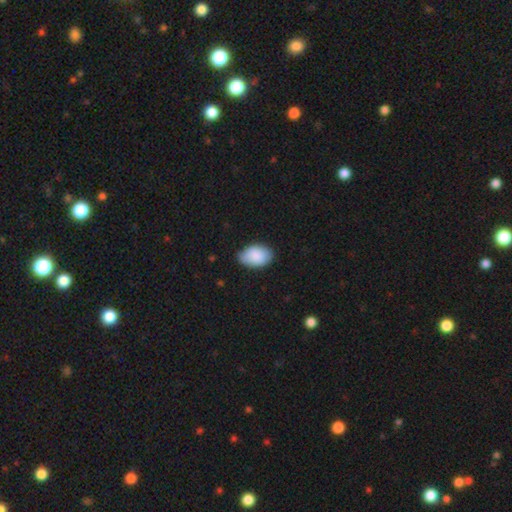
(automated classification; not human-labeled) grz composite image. It shows a smooth galaxy with no disk features (88%) that is in between round and cigar-shaped (90%). Merging: none (74%).